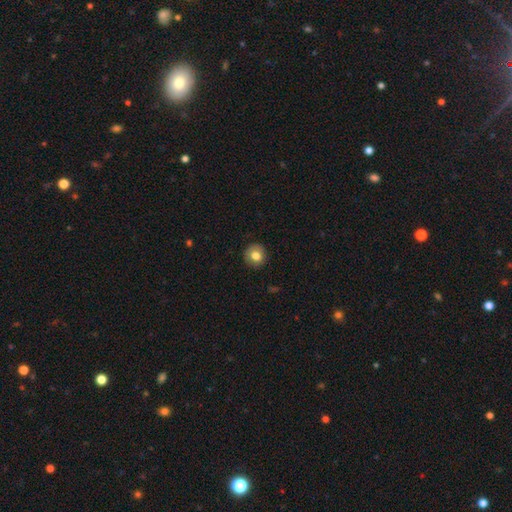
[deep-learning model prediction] smooth_or_featured: smooth (p=0.80) [alt: featured or disk p=0.11]
how_rounded: round (p=0.90) [alt: in between p=0.09]
merging: none (p=0.87) [alt: minor disturbance p=0.10]